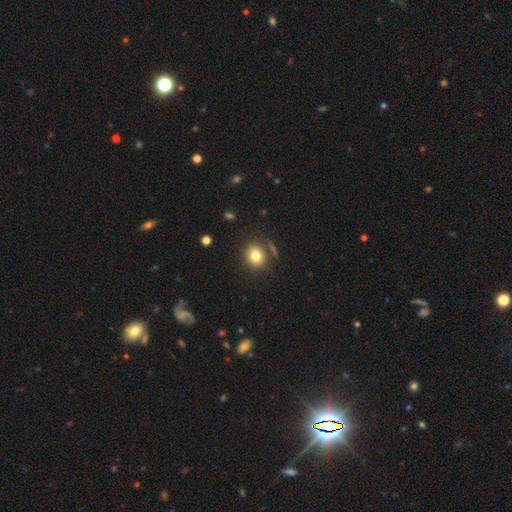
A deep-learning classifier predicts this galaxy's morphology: Overall: smooth (79%). How rounded: round (66%; in between 33%). Merging: none (78%).